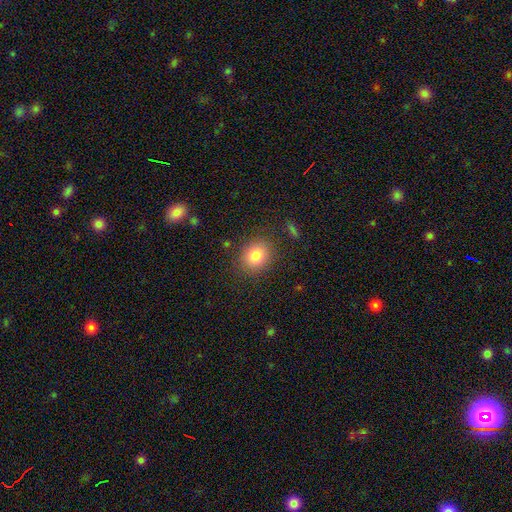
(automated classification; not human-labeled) Q: Smooth or featured?
A: smooth (81%); runner-up: star or artifact (10%)
Q: How rounded?
A: round (60%); runner-up: in between (39%)
Q: Merging?
A: none (84%); runner-up: minor disturbance (10%)